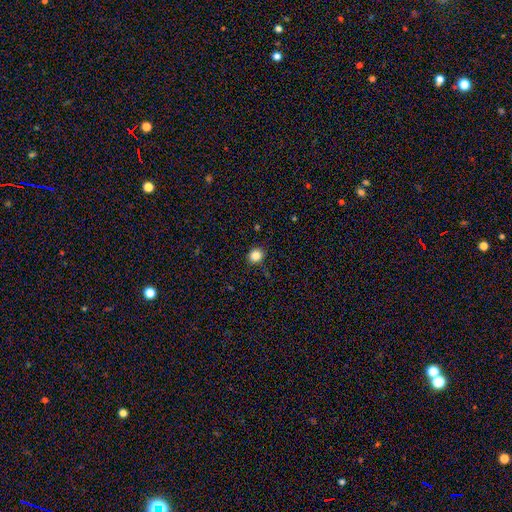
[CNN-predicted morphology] Overall: smooth (84%). How rounded: round (78%). Merging: none (87%).